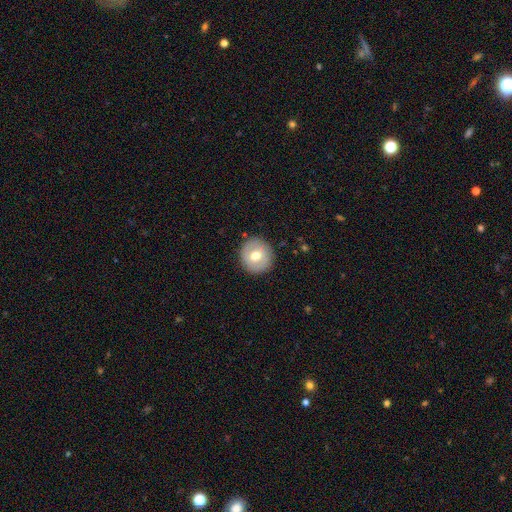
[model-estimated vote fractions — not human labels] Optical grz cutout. It shows a smooth galaxy with no disk features (65%) that is round (93%). Merging: none (89%).